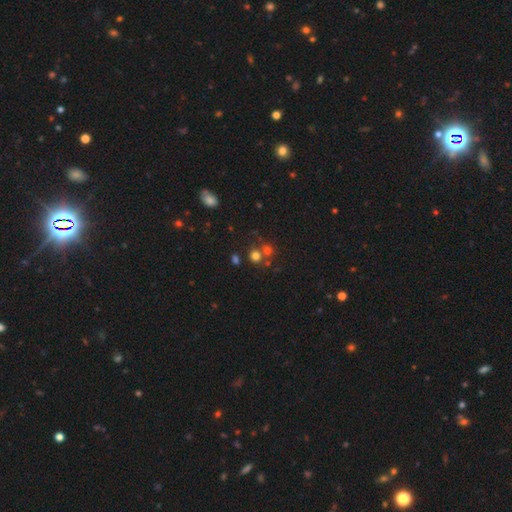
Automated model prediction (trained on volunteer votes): This appears to be a smooth galaxy with no disk features (69%) that is round (86%). Merging: none (58%).